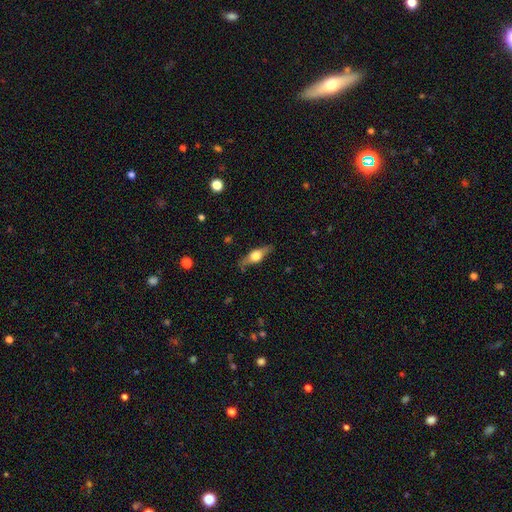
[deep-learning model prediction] featured or disk 55%, smooth 39%, star or artifact 6%. Down the decision tree: edge-on disk — yes (90%); merging — none (82%).